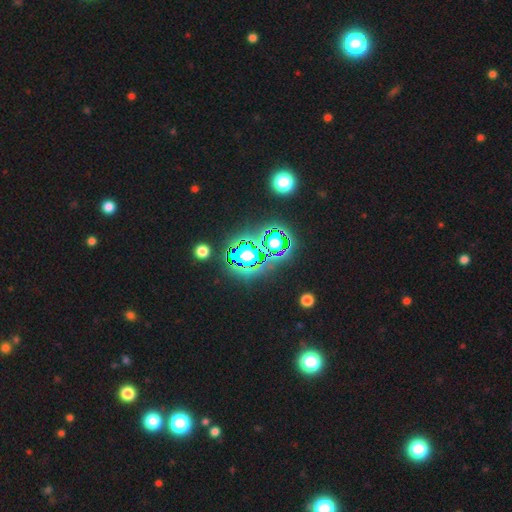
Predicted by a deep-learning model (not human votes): Smooth or featured: star or artifact — 81% (smooth — 12%)